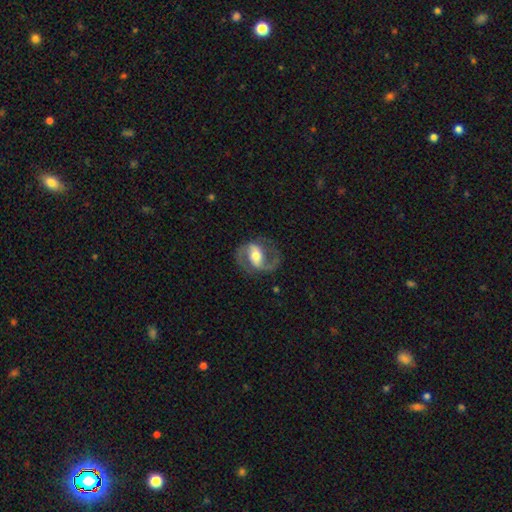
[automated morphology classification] The model was most divided on "bar": strong: 42%, weak: 38%, no: 20%. More confident: edge-on disk — no (97%); spiral arms — yes (92%); spiral arm count — 2 (91%); smooth or featured — featured or disk (85%); merging — none (77%); bulge size — moderate (66%); spiral winding — medium (58%).